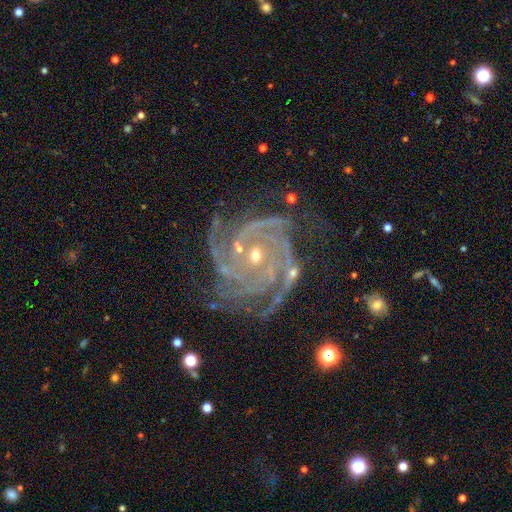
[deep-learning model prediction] Smooth or featured? Predicted: featured or disk (p=0.92). Edge-on disk? Predicted: no (p=0.98). Bar? Predicted: no (p=0.69). Spiral arms? Predicted: yes (p=0.99). Spiral winding? Predicted: tight (p=0.71). Spiral arm count? Predicted: 4 (p=0.31). Bulge size? Predicted: small (p=0.69). Merging? Predicted: none (p=0.63).